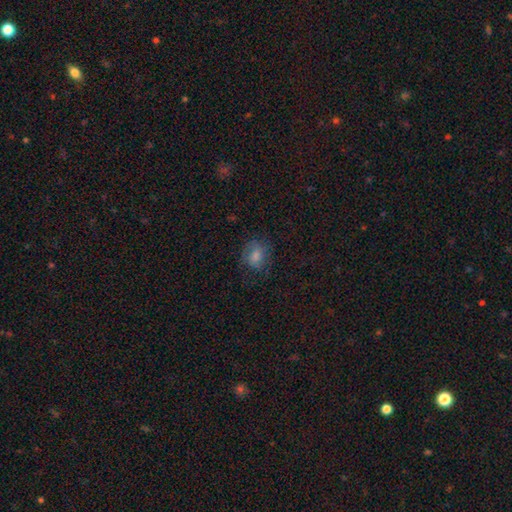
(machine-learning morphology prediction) smooth_or_featured: smooth (p=0.70) [alt: featured or disk p=0.18]
how_rounded: round (p=0.51) [alt: in between p=0.47]
merging: none (p=0.65) [alt: minor disturbance p=0.21]